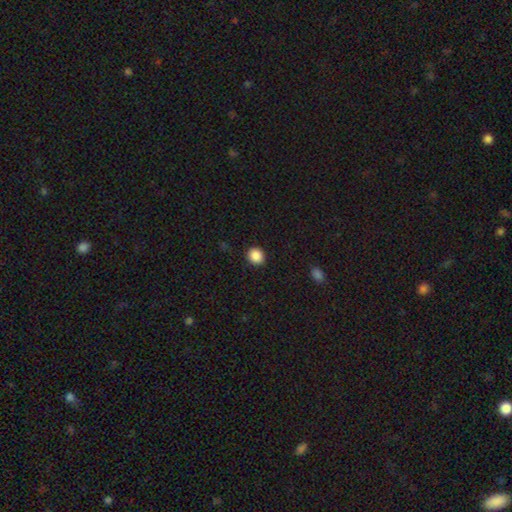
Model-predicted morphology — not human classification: This is clearly a smooth galaxy (88%). How rounded: clearly round (85%). Merging: clearly none (91%).